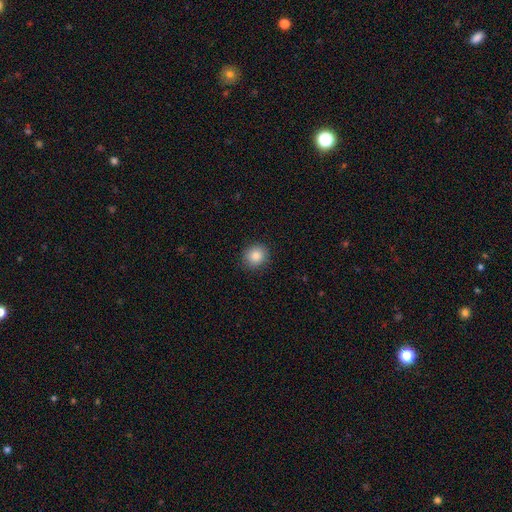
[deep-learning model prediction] smooth_or_featured: smooth (p=0.86) [alt: star or artifact p=0.09]
how_rounded: round (p=0.83) [alt: in between p=0.16]
merging: none (p=0.89) [alt: minor disturbance p=0.08]